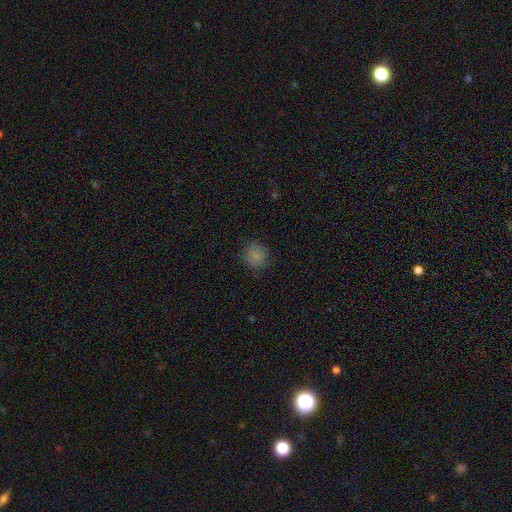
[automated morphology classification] Overall: smooth (79%). How rounded: round (84%). Merging: none (80%).